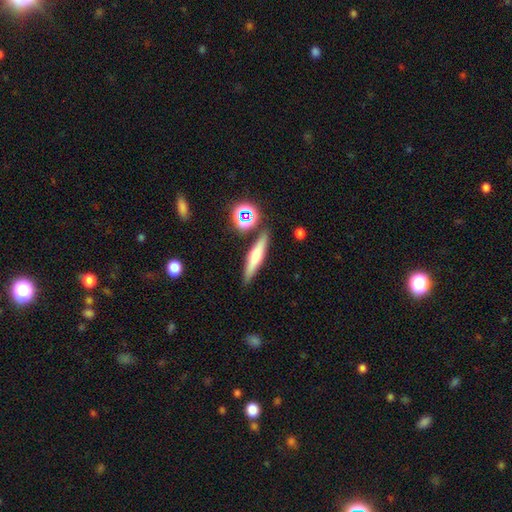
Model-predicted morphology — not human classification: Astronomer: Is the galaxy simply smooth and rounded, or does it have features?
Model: featured or disk — 47% (runner-up: smooth, 43%).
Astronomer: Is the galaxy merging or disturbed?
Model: none — 85%.